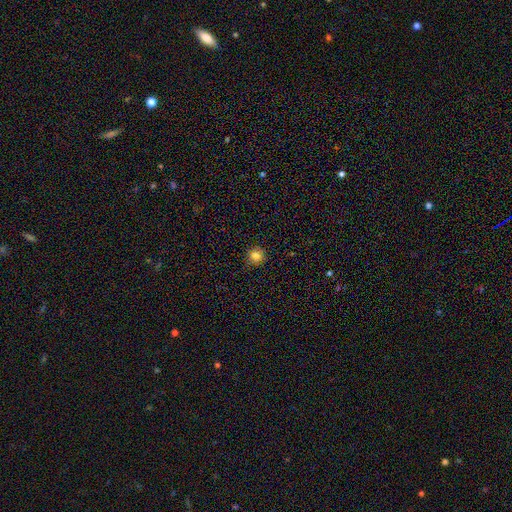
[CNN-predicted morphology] type=smooth (81%); roundness=round (94%); merging=none (90%).